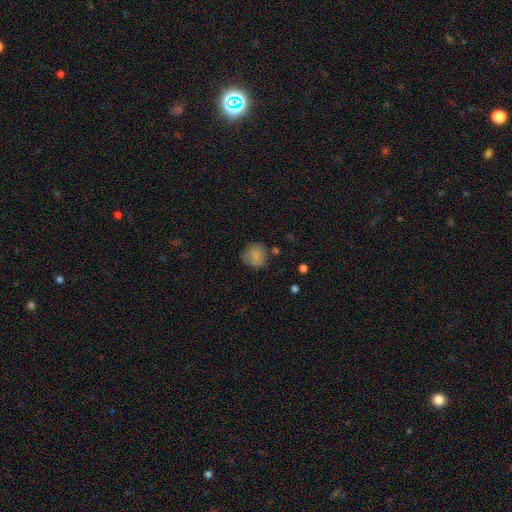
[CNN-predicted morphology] Q: Smooth or featured?
A: smooth (81%); runner-up: star or artifact (10%)
Q: How rounded?
A: round (82%); runner-up: in between (17%)
Q: Merging?
A: none (69%); runner-up: minor disturbance (22%)